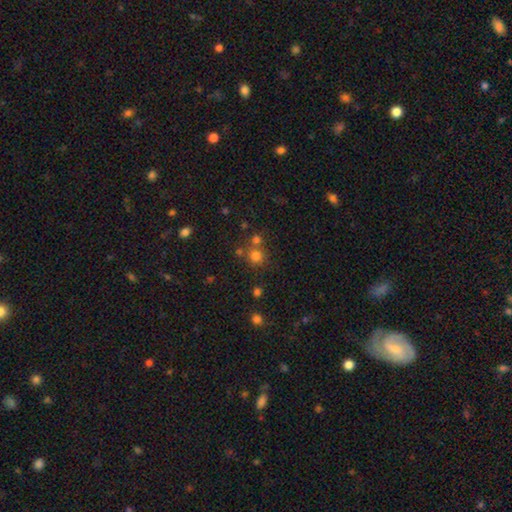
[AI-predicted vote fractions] This appears to be a smooth galaxy with no disk features (73%) that is round (89%). Merging: none (65%).